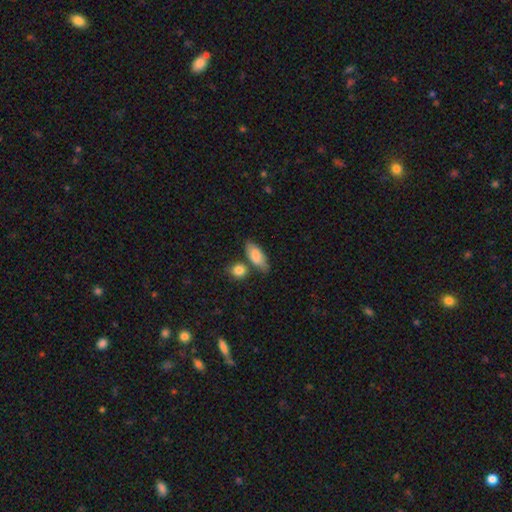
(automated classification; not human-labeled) smooth-or-featured: smooth: 80% | featured or disk: 14% | star or artifact: 6%
  how-rounded: in between: 83% | cigar-shaped: 13% | round: 4%
  merging: none: 63% | minor disturbance: 17% | merger: 16% | major disturbance: 4%